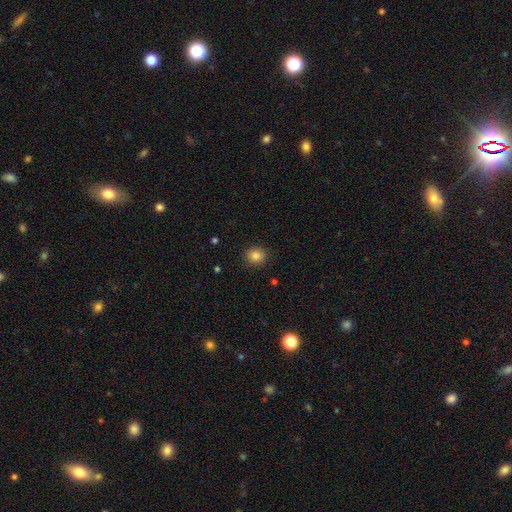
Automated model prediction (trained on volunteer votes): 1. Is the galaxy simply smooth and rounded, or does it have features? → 84% smooth, 11% star or artifact, 5% featured or disk.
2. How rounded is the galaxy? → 83% round, 16% in between, 1% cigar-shaped.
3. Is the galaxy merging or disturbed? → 90% none, 7% minor disturbance, 2% major disturbance, 1% merger.